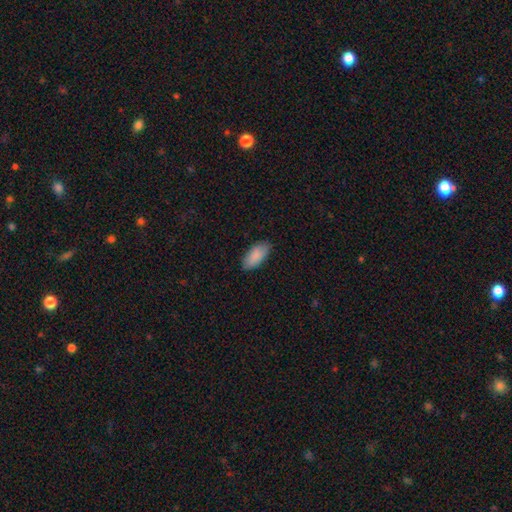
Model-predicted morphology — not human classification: smooth-or-featured: smooth: 88% | featured or disk: 6% | star or artifact: 6%
  how-rounded: in between: 91% | cigar-shaped: 7% | round: 2%
  merging: none: 84% | minor disturbance: 13% | major disturbance: 2% | merger: 1%